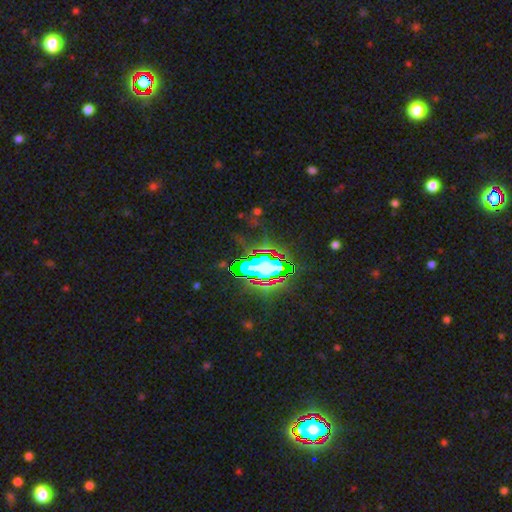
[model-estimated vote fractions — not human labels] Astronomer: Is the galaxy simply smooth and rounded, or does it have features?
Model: star or artifact — 64%.